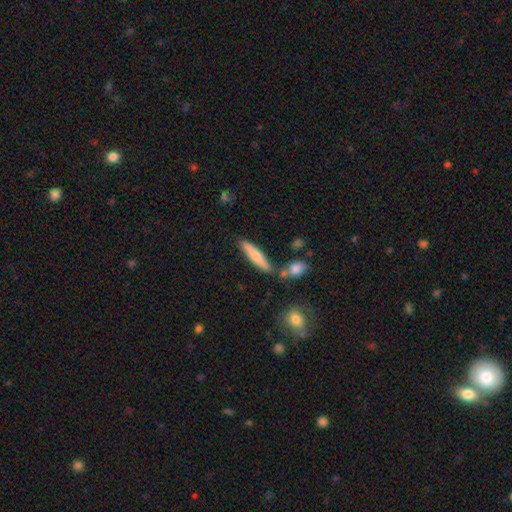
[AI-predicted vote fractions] Smooth or featured?
  - smooth: 68% *
  - featured or disk: 26%
  - star or artifact: 6%
How rounded?
  - cigar-shaped: 82% *
  - in between: 17%
  - round: 2%
Merging?
  - none: 75% *
  - minor disturbance: 13%
  - merger: 9%
  - major disturbance: 3%